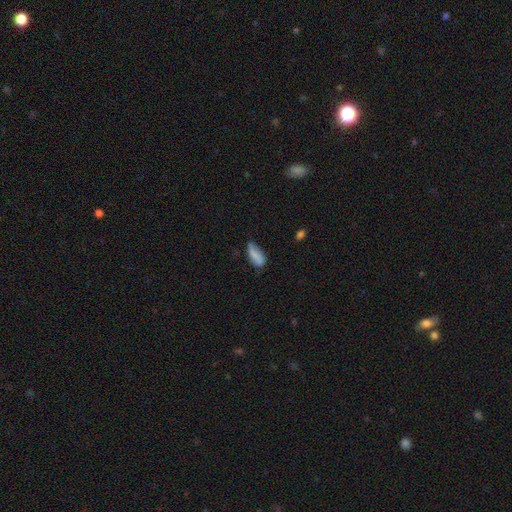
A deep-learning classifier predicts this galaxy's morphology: This is likely a smooth galaxy (77%). How rounded: clearly in between (82%). Merging: possibly none (51%).